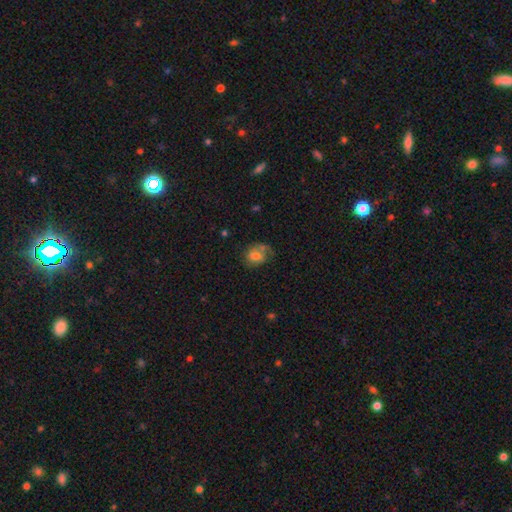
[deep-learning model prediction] A smooth galaxy with no disk features (63%) that is in between round and cigar-shaped (50%).

Vote fractions:
- Smooth or featured? smooth: 63% / featured or disk: 27% / star or artifact: 10%
- How rounded? in between: 50% / round: 49% / cigar-shaped: 1%
- Merging? none: 45% / minor disturbance: 27% / major disturbance: 18% / merger: 10%